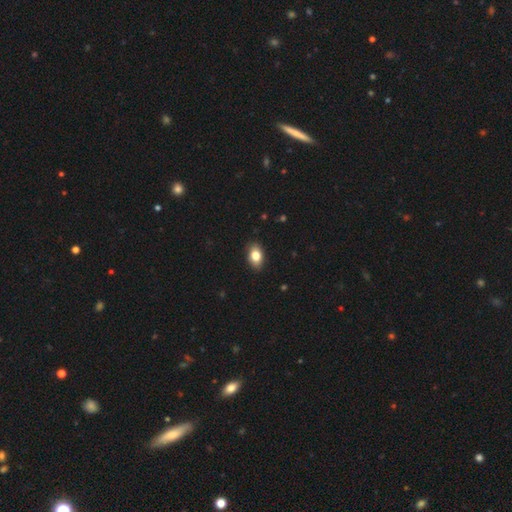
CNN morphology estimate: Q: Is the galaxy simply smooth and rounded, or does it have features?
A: smooth — 81%.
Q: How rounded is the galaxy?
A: in between — 86%.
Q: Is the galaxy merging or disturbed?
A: none — 88%.